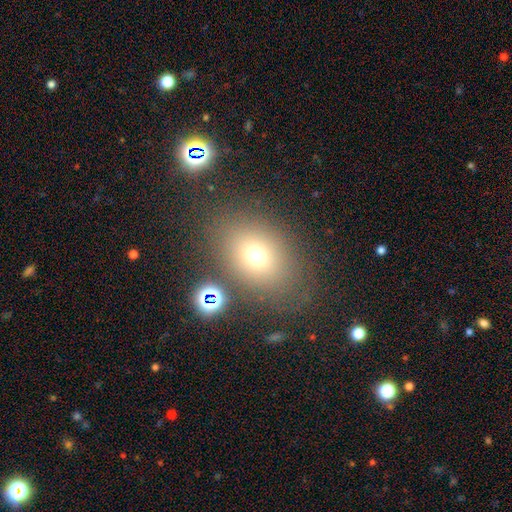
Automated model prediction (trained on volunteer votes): The model was most divided on "how rounded": in between: 66%, round: 32%, cigar-shaped: 1%. More confident: merging — none (75%); smooth or featured — smooth (70%).